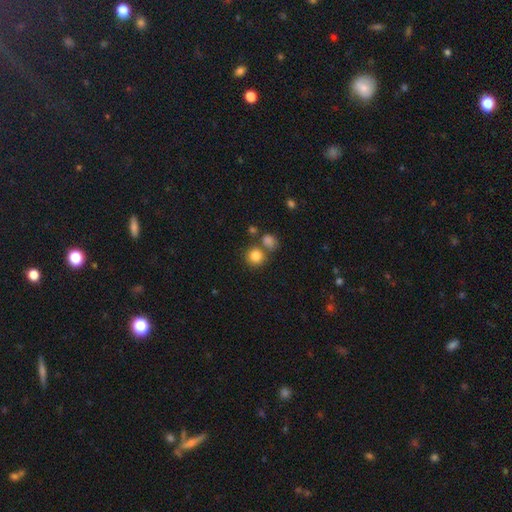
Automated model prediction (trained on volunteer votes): This is clearly a smooth galaxy (83%). How rounded: clearly round (88%). Merging: likely none (64%).